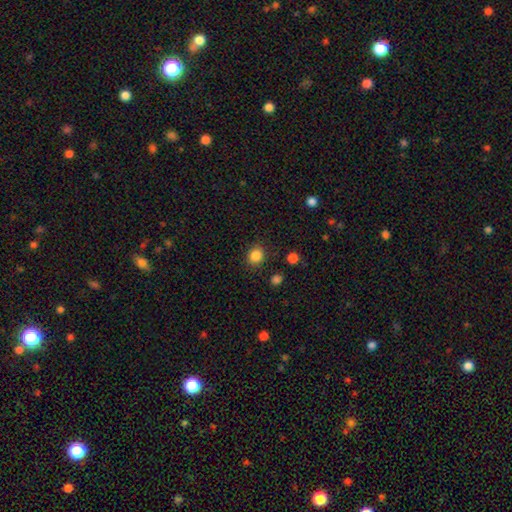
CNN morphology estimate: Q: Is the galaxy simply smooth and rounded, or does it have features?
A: smooth — 85%.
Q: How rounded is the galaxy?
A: round — 76%.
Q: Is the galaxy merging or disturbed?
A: none — 86%.